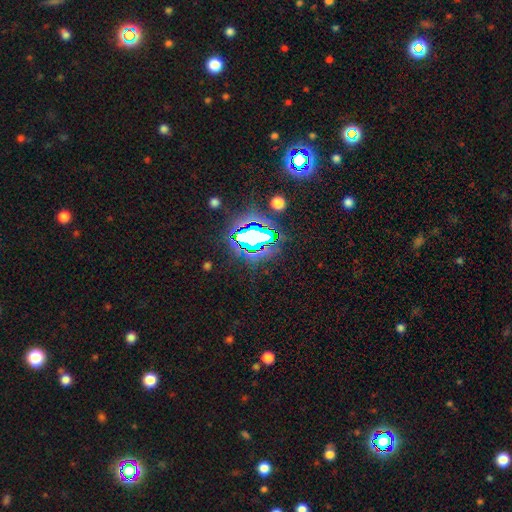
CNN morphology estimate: type=star or artifact (83%).